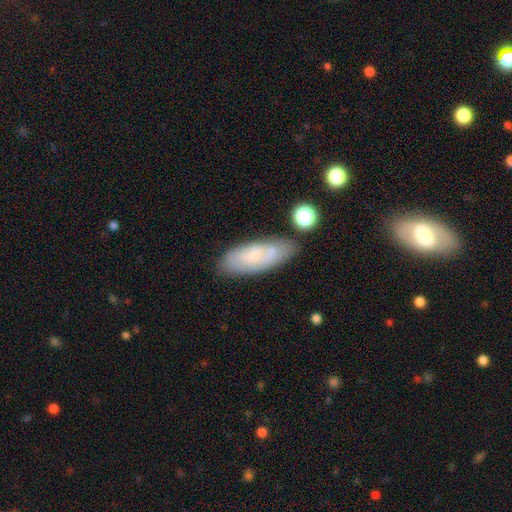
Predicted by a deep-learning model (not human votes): Smooth or featured? Predicted: smooth (p=0.60). How rounded? Predicted: in between (p=0.71). Merging? Predicted: none (p=0.69).